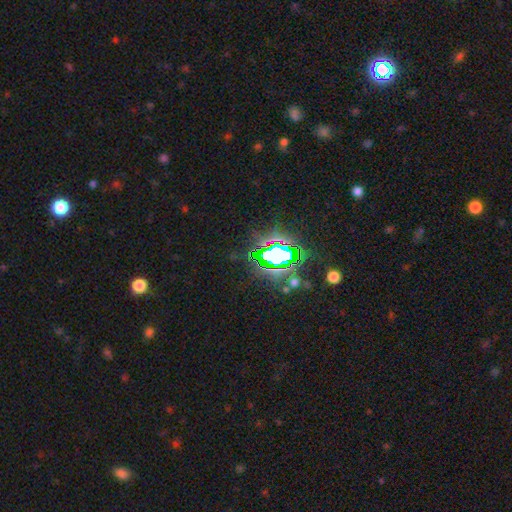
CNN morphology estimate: The model was most divided on "smooth or featured": star or artifact: 79%, smooth: 12%, featured or disk: 10%.